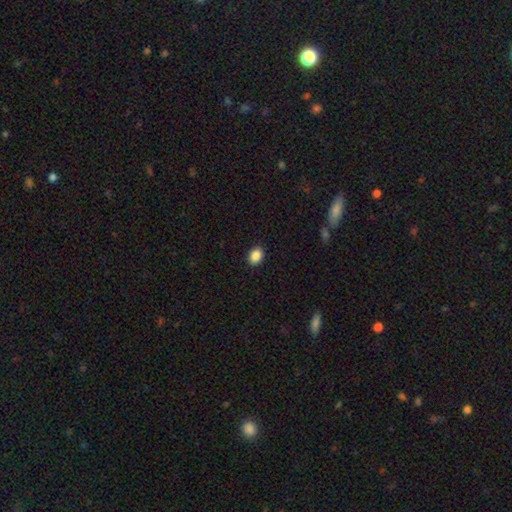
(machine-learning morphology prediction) Smooth or featured? smooth (88%)
How rounded? in between (70%)
Merging? none (90%)